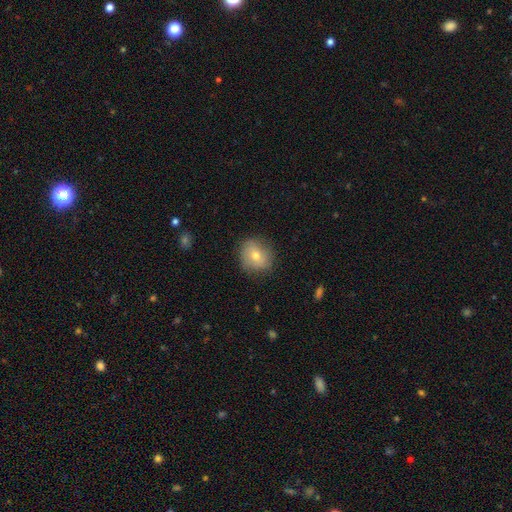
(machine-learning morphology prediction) Smooth or featured?
  - smooth: 66% *
  - featured or disk: 24%
  - star or artifact: 11%
How rounded?
  - round: 79% *
  - in between: 20%
  - cigar-shaped: 1%
Merging?
  - none: 83% *
  - minor disturbance: 13%
  - major disturbance: 3%
  - merger: 1%